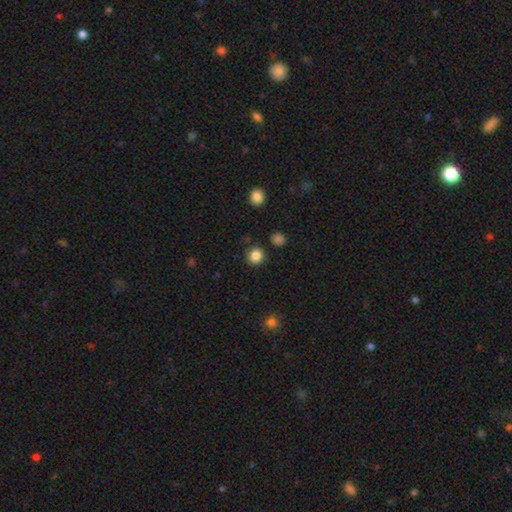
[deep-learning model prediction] smooth 85%, star or artifact 11%, featured or disk 4%. Down the decision tree: how rounded — round (89%); merging — none (89%).